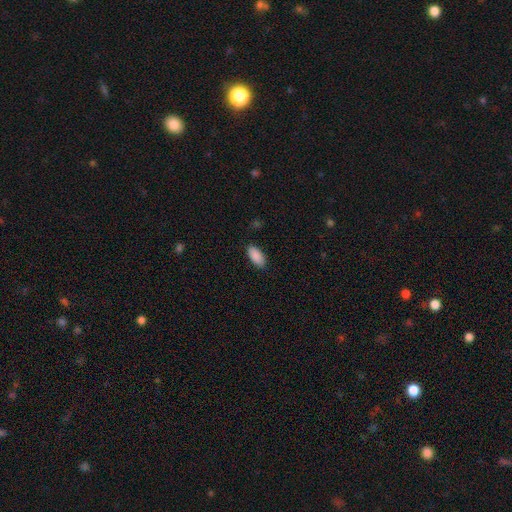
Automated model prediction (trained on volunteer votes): The model was most divided on "merging": none: 88%, minor disturbance: 9%, major disturbance: 2%, merger: 1%. More confident: how rounded — in between (92%); smooth or featured — smooth (90%).